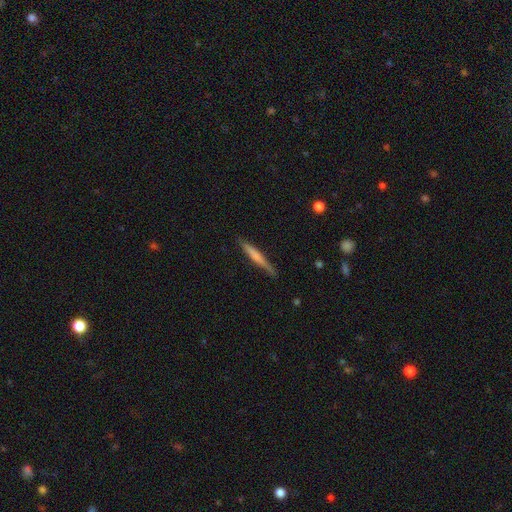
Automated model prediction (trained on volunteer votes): Smooth or featured?
  - smooth: 57% *
  - featured or disk: 37%
  - star or artifact: 6%
How rounded?
  - cigar-shaped: 95% *
  - in between: 4%
  - round: 1%
Merging?
  - none: 82% *
  - minor disturbance: 14%
  - major disturbance: 3%
  - merger: 2%